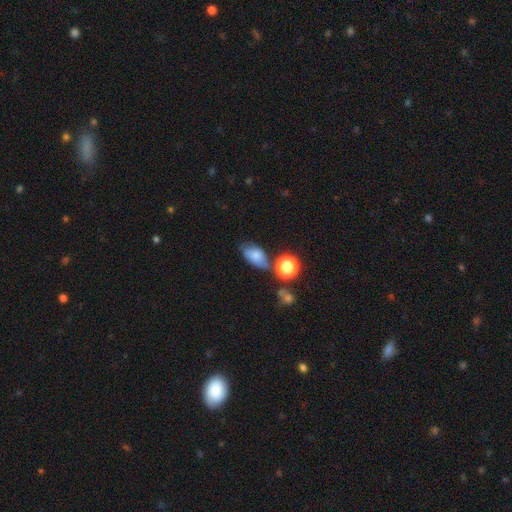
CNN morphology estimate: Smooth or featured? smooth (72%)
How rounded? in between (85%)
Merging? none (56%)